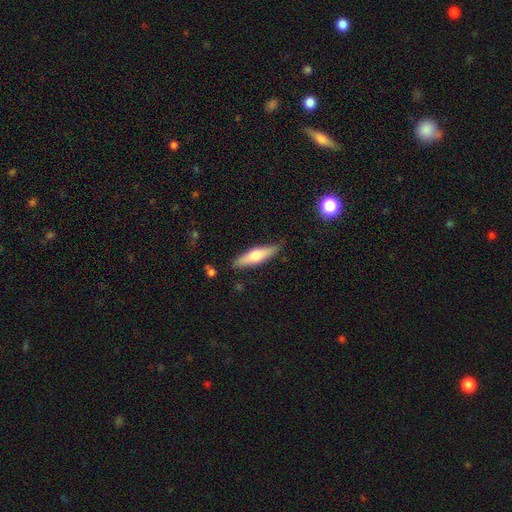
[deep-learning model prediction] Q: Smooth or featured?
A: smooth (56%); runner-up: featured or disk (39%)
Q: How rounded?
A: cigar-shaped (65%); runner-up: in between (33%)
Q: Merging?
A: none (83%); runner-up: minor disturbance (13%)